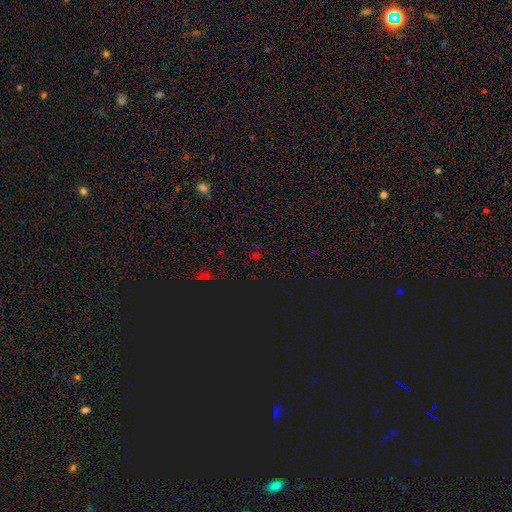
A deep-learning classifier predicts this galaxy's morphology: smooth_or_featured: star or artifact (p=0.68) [alt: smooth p=0.25]